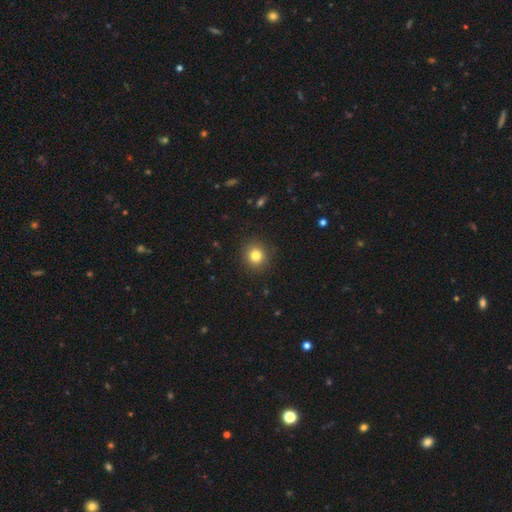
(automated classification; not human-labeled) Q: Smooth or featured?
A: smooth (81%); runner-up: star or artifact (12%)
Q: How rounded?
A: round (91%); runner-up: in between (8%)
Q: Merging?
A: none (91%); runner-up: minor disturbance (6%)